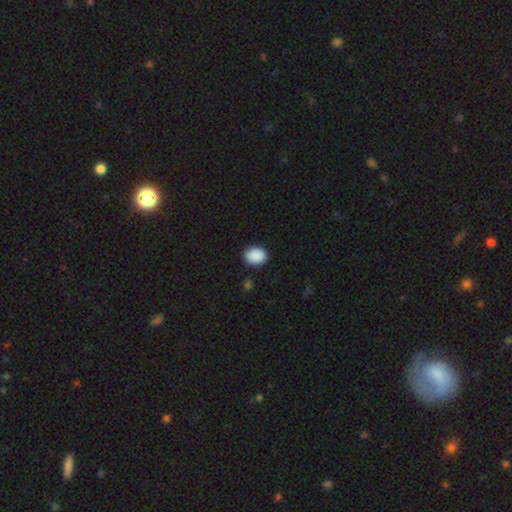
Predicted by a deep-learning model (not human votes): Smooth or featured? Predicted: smooth (p=0.90). How rounded? Predicted: in between (p=0.58). Merging? Predicted: none (p=0.89).